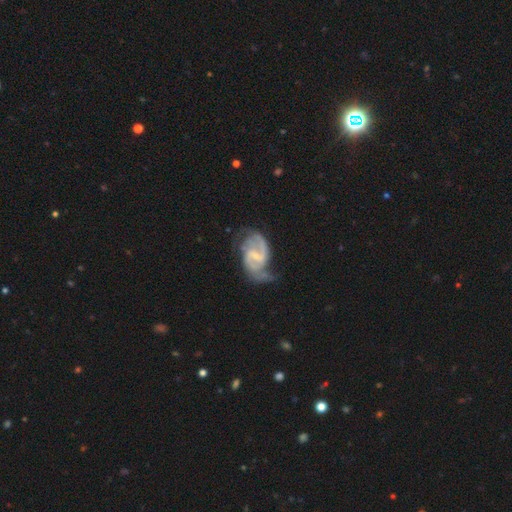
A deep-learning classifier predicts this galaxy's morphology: Q: Smooth or featured?
A: featured or disk (88%); runner-up: smooth (7%)
Q: Edge-on disk?
A: no (98%); runner-up: yes (2%)
Q: Bar?
A: weak (59%); runner-up: strong (24%)
Q: Spiral arms?
A: yes (97%); runner-up: no (3%)
Q: Spiral winding?
A: medium (55%); runner-up: loose (25%)
Q: Spiral arm count?
A: 2 (88%); runner-up: can't tell (5%)
Q: Bulge size?
A: small (52%); runner-up: none (27%)
Q: Merging?
A: none (58%); runner-up: minor disturbance (24%)